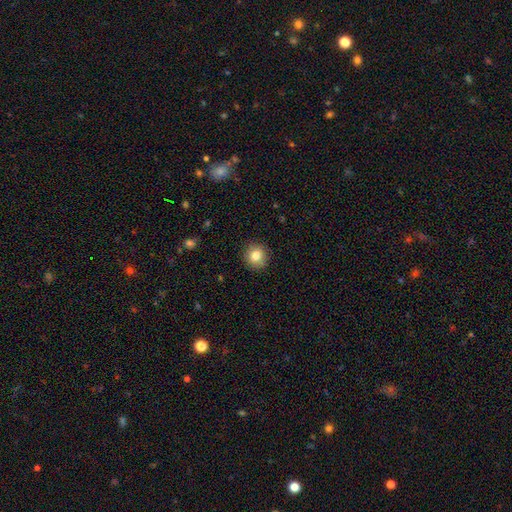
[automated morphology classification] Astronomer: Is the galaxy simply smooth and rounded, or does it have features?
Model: smooth — 82%.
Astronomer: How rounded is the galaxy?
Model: round — 87%.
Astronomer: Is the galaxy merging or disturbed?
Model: none — 89%.